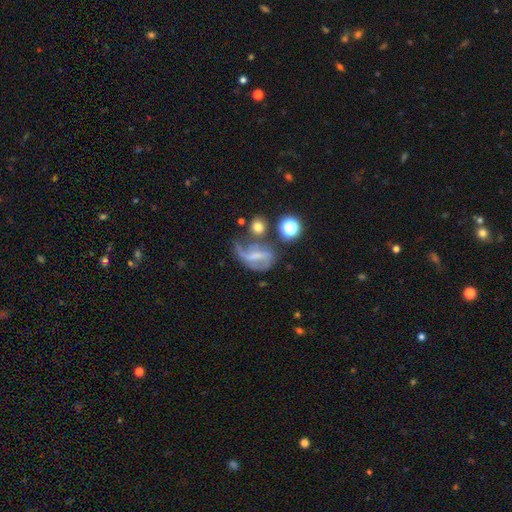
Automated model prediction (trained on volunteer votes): This appears to be a featured or disk galaxy (66%) with a weak bar (40%), 2 (58%) loose (54%) spiral arms (82%) and no central bulge (38%). Merging: none (35%).